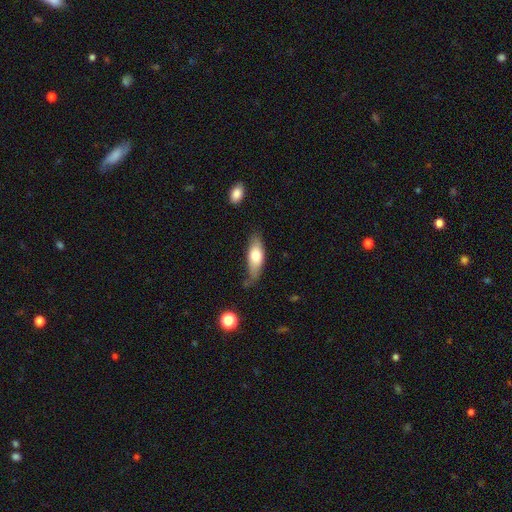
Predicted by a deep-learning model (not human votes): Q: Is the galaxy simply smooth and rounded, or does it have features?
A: smooth — 69%.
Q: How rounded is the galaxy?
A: in between — 66%.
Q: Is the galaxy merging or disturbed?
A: none — 66%.